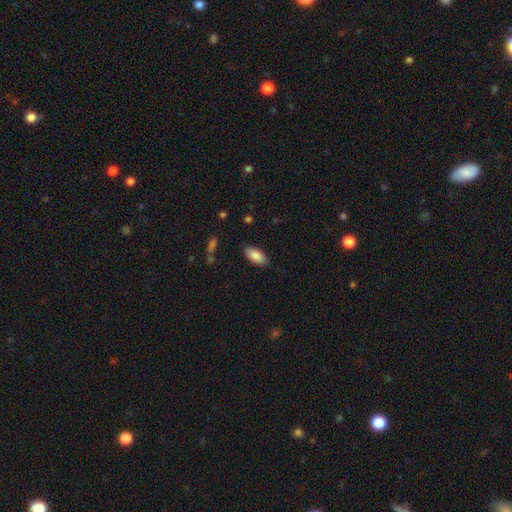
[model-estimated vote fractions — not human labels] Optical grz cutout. It shows a smooth galaxy with no disk features (87%) that is in between round and cigar-shaped (90%). Merging: none (86%).